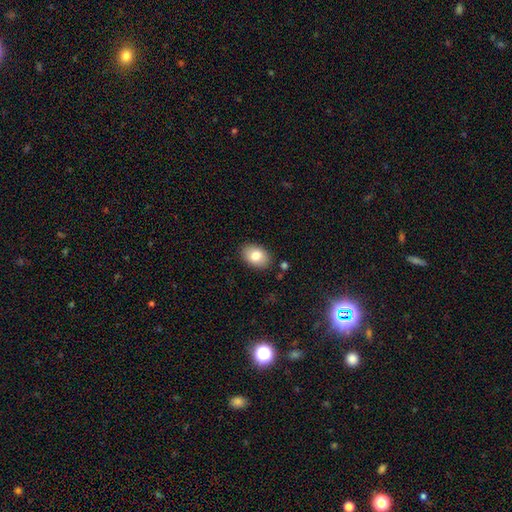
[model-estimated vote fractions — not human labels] Overall: smooth (81%). How rounded: in between (83%). Merging: none (87%).